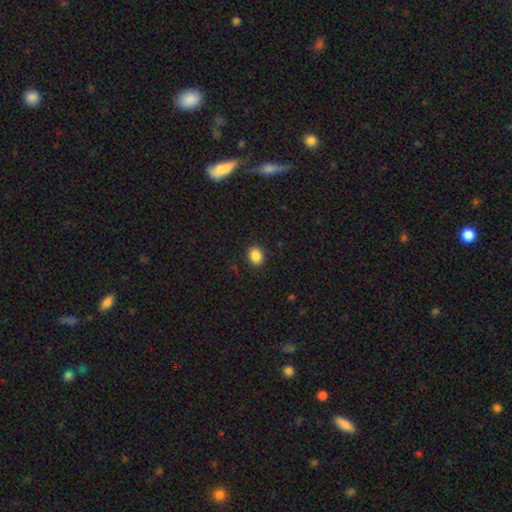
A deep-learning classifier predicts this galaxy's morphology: Smooth or featured?
  - smooth: 87% *
  - star or artifact: 10%
  - featured or disk: 4%
How rounded?
  - round: 60% *
  - in between: 39%
  - cigar-shaped: 1%
Merging?
  - none: 91% *
  - minor disturbance: 7%
  - major disturbance: 2%
  - merger: 1%